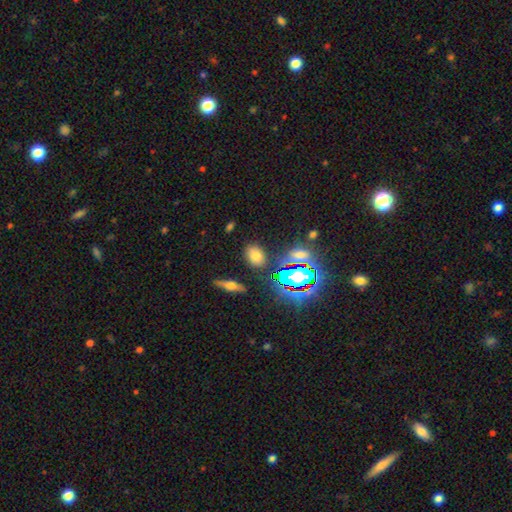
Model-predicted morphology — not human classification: Smooth or featured: smooth — 69% (star or artifact — 21%)
How rounded: in between — 69% (round — 29%)
Merging: none — 83% (minor disturbance — 11%)